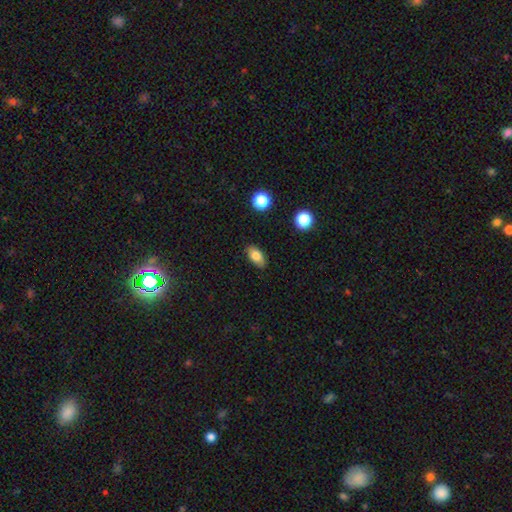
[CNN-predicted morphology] This appears to be a smooth galaxy with no disk features (81%) that is in between round and cigar-shaped (88%). Merging: none (86%).